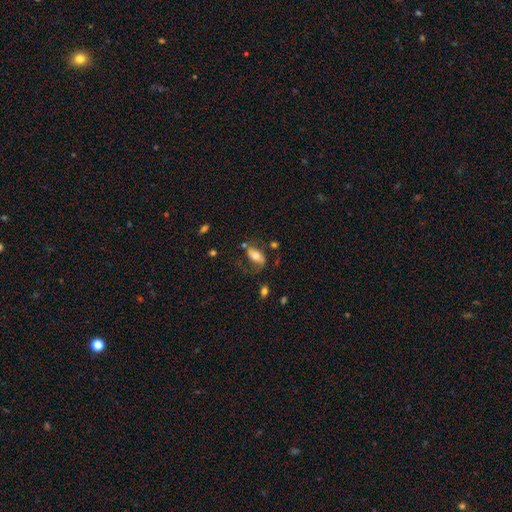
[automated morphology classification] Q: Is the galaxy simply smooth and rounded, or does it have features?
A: smooth — 51%.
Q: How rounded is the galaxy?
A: in between — 86%.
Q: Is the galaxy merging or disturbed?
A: none — 57%.